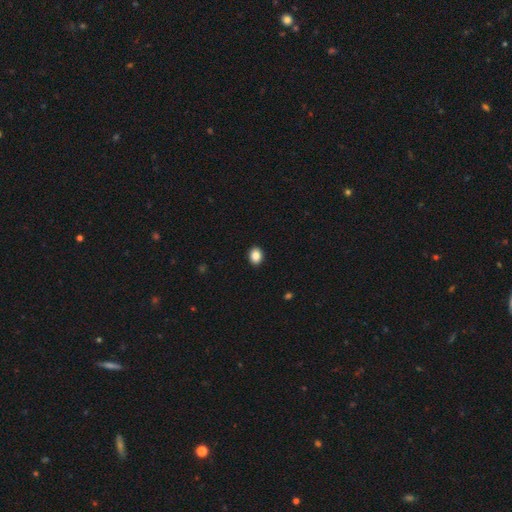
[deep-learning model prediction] Smooth or featured?
  - smooth: 86% *
  - star or artifact: 9%
  - featured or disk: 5%
How rounded?
  - in between: 60% *
  - round: 39%
  - cigar-shaped: 1%
Merging?
  - none: 92% *
  - minor disturbance: 6%
  - major disturbance: 2%
  - merger: 1%